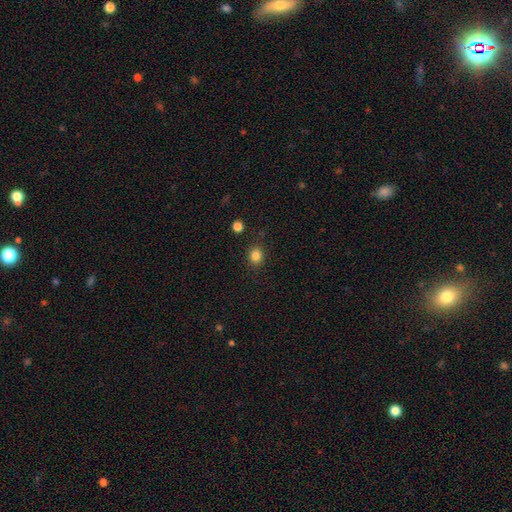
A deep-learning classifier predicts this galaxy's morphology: Smooth or featured: smooth — 83% (star or artifact — 12%)
How rounded: round — 76% (in between — 24%)
Merging: none — 87% (minor disturbance — 9%)